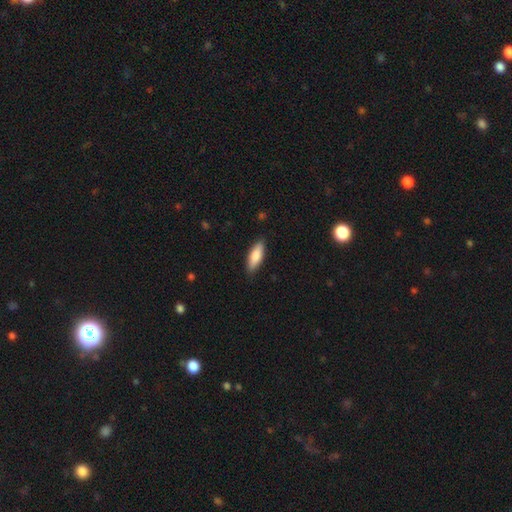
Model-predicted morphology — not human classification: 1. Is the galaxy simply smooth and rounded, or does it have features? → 82% smooth, 13% featured or disk, 5% star or artifact.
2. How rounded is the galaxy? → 63% in between, 36% cigar-shaped, 2% round.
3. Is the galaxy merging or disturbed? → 87% none, 10% minor disturbance, 2% major disturbance, 1% merger.